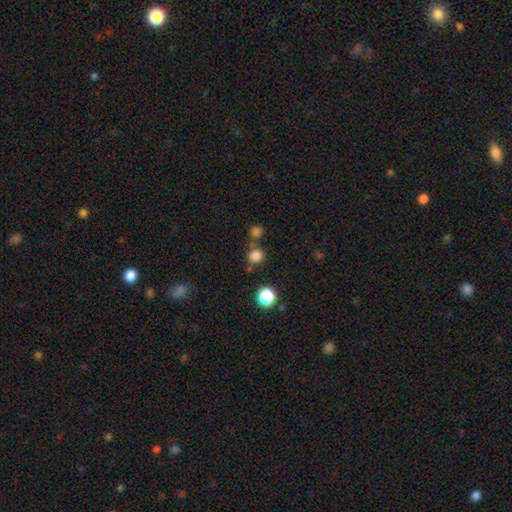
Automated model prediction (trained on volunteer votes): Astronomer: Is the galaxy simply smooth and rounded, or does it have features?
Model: smooth — 79%.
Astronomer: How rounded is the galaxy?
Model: round — 84%.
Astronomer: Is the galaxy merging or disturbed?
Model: none — 69%.